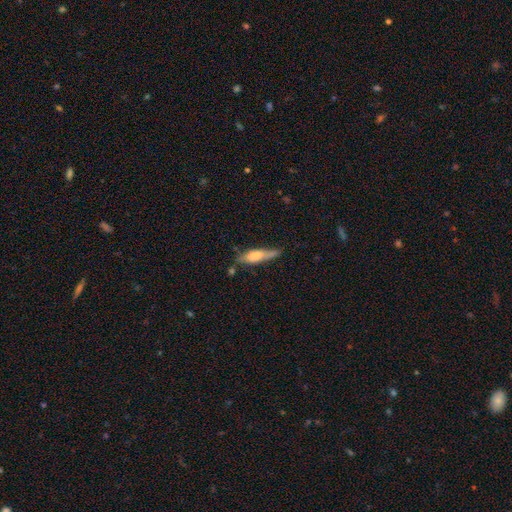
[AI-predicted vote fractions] A smooth galaxy with no disk features (59%) that is cigar-shaped (64%).

Vote fractions:
- Smooth or featured? smooth: 59% / featured or disk: 35% / star or artifact: 6%
- How rounded? cigar-shaped: 64% / in between: 34% / round: 2%
- Merging? none: 59% / minor disturbance: 27% / major disturbance: 7% / merger: 6%